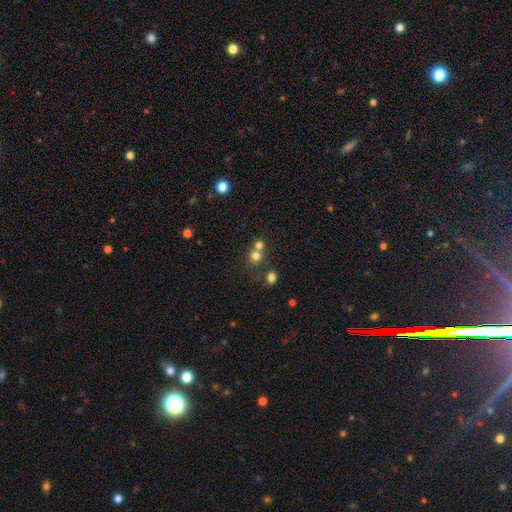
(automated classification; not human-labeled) The model was most divided on "merging": none: 50%, merger: 41%, minor disturbance: 6%, major disturbance: 3%. More confident: how rounded — round (86%); smooth or featured — smooth (74%).